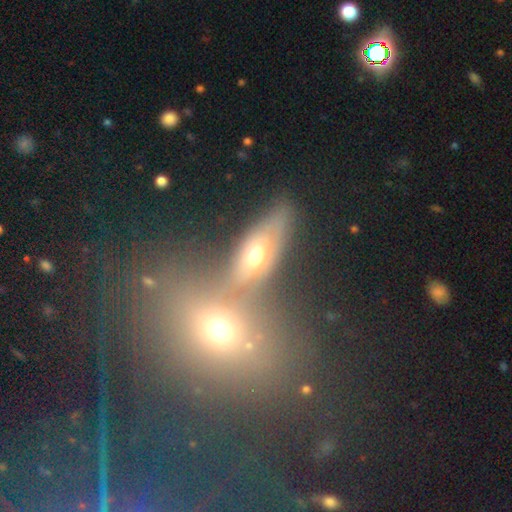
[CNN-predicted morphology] A smooth galaxy with no disk features (50%). Merging: none (49%).